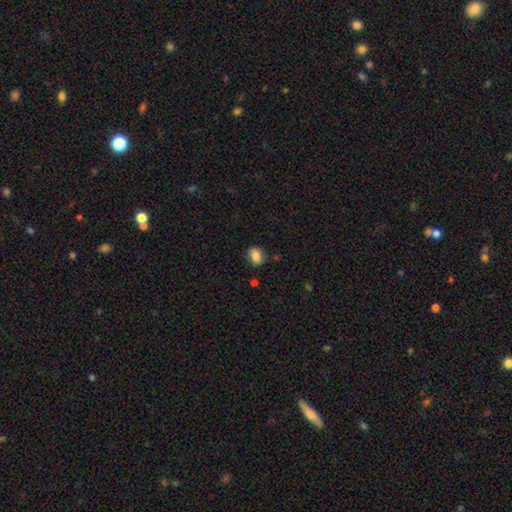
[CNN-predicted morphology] type=smooth (82%); roundness=in between (52%); merging=none (77%).